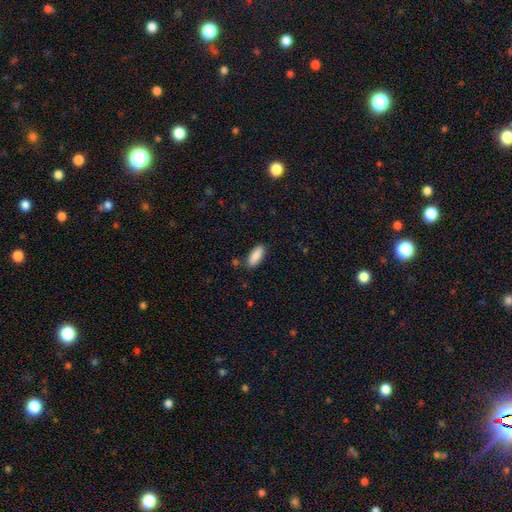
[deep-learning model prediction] Q: Smooth or featured?
A: smooth (89%); runner-up: star or artifact (6%)
Q: How rounded?
A: in between (73%); runner-up: cigar-shaped (25%)
Q: Merging?
A: none (85%); runner-up: minor disturbance (11%)